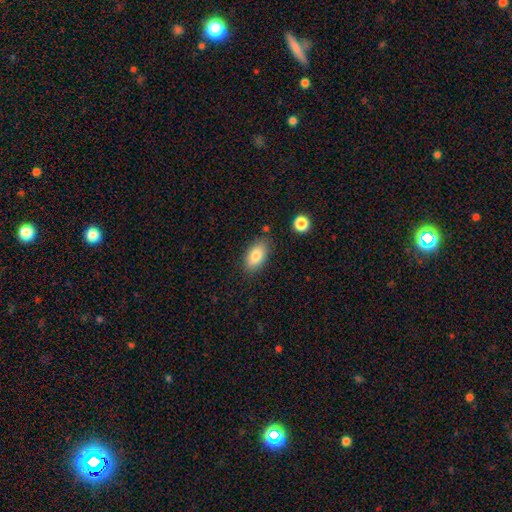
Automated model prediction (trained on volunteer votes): Smooth or featured: smooth — 83% (featured or disk — 10%)
How rounded: in between — 92% (round — 5%)
Merging: none — 82% (minor disturbance — 13%)